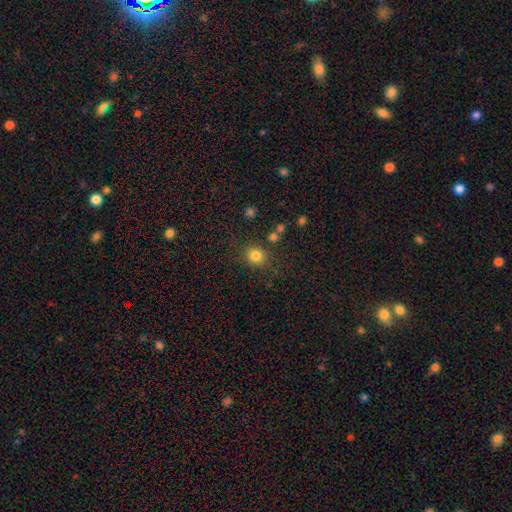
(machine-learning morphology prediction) A smooth galaxy with no disk features (81%) that is round (86%).

Vote fractions:
- Smooth or featured? smooth: 81% / star or artifact: 13% / featured or disk: 6%
- How rounded? round: 86% / in between: 13% / cigar-shaped: 1%
- Merging? none: 82% / minor disturbance: 10% / merger: 5% / major disturbance: 4%